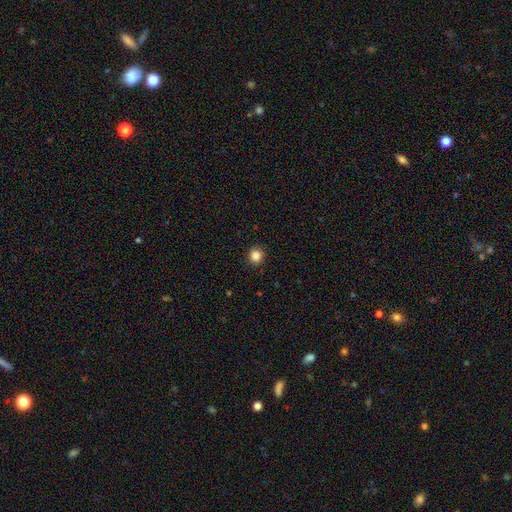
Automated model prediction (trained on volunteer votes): This is clearly a smooth galaxy (86%). How rounded: clearly round (87%). Merging: clearly none (91%).